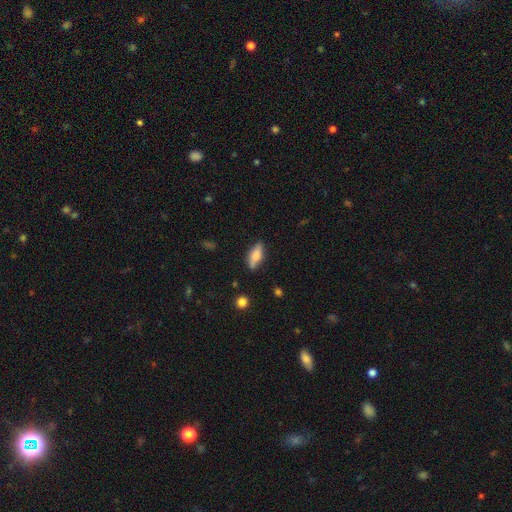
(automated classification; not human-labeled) A smooth galaxy with no disk features (65%) that is in between round and cigar-shaped (66%).

Vote fractions:
- Smooth or featured? smooth: 65% / featured or disk: 28% / star or artifact: 7%
- How rounded? in between: 66% / cigar-shaped: 31% / round: 3%
- Merging? none: 82% / minor disturbance: 14% / major disturbance: 3% / merger: 2%